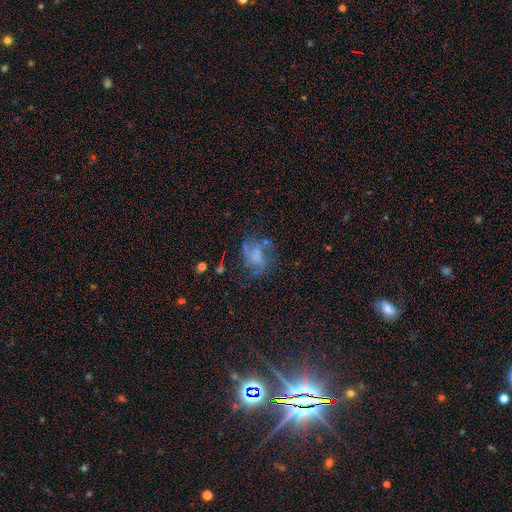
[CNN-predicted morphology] This appears to be a featured or disk galaxy (46%). Merging: none (43%).